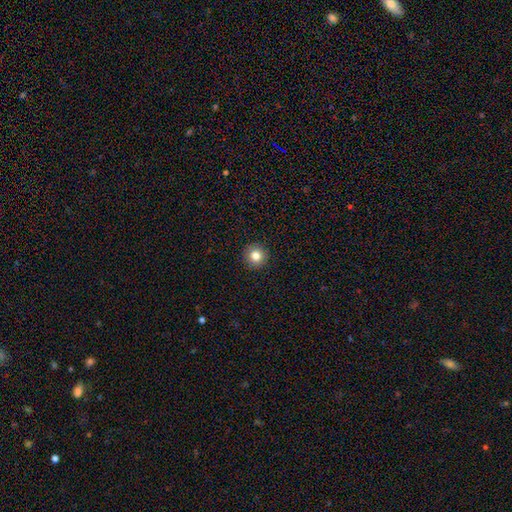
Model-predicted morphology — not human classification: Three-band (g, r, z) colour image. It shows a smooth galaxy with no disk features (82%) that is round (95%). Merging: none (93%).